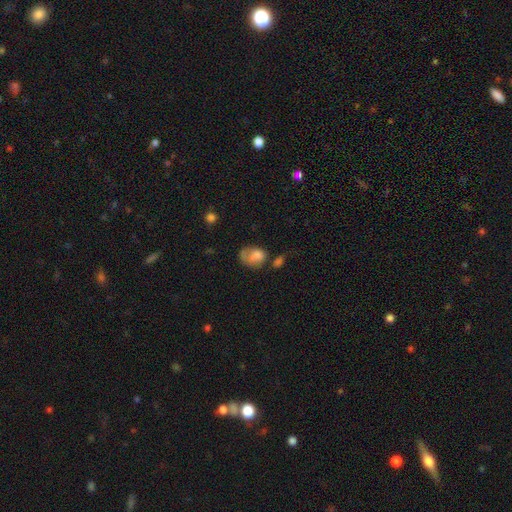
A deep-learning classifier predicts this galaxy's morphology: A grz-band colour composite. It shows a smooth galaxy with no disk features (72%) that is in between round and cigar-shaped (64%). Merging: major disturbance (30%, tied with none).